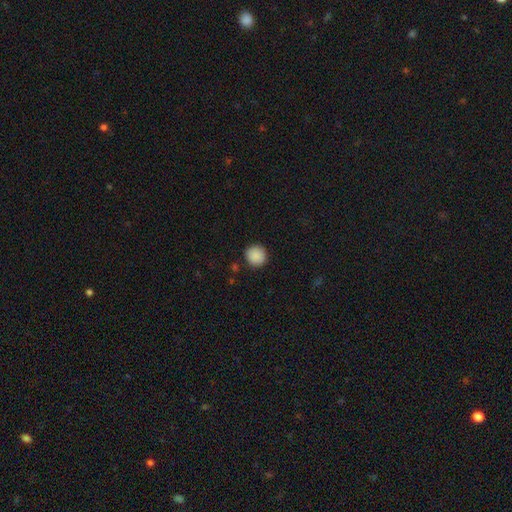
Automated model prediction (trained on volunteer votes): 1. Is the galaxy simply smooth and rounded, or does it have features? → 89% smooth, 8% star or artifact, 3% featured or disk.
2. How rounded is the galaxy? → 93% round, 6% in between, 1% cigar-shaped.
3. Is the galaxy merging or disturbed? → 89% none, 7% minor disturbance, 2% major disturbance, 1% merger.